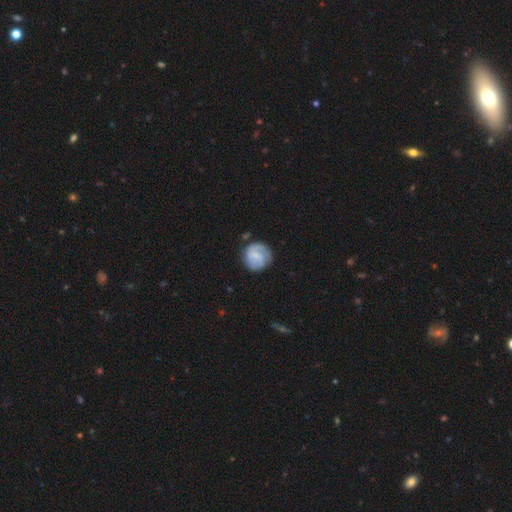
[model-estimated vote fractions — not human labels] Smooth or featured? Predicted: featured or disk (p=0.51). Edge-on disk? Predicted: no (p=0.98). Merging? Predicted: none (p=0.71).